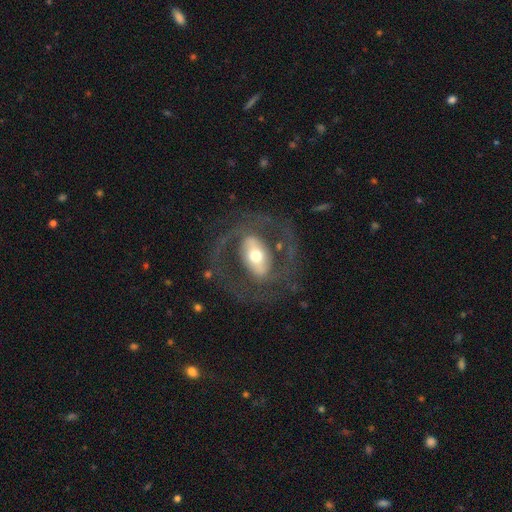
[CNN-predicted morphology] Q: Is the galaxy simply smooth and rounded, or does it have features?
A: featured or disk — 79%.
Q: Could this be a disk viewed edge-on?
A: no — 94%.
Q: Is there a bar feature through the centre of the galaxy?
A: strong — 44%.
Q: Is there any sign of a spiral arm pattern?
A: yes — 74%.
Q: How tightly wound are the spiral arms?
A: medium — 48%.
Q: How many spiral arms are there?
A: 2 — 83%.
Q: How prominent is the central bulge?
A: moderate — 60%.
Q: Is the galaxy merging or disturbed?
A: none — 71%.